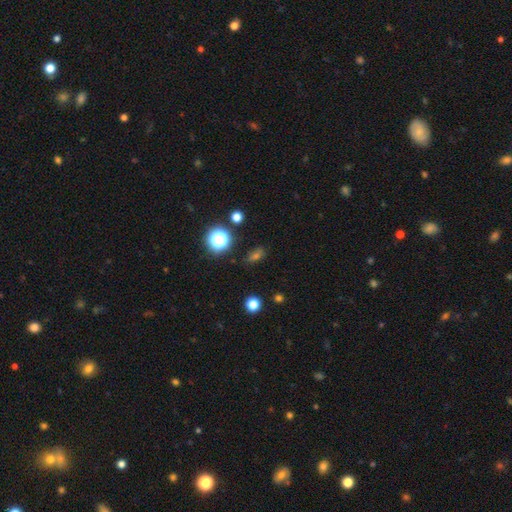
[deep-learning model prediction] The model was most divided on "smooth or featured": smooth: 51%, star or artifact: 38%, featured or disk: 11%. More confident: merging — none (83%); how rounded — in between (59%).